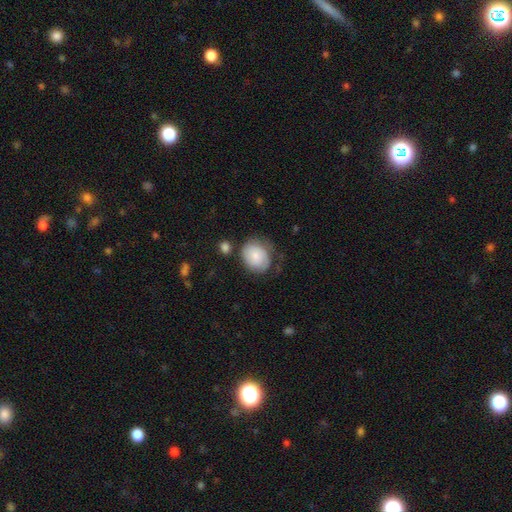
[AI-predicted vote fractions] Smooth or featured? Predicted: smooth (p=0.71). How rounded? Predicted: round (p=0.61). Merging? Predicted: none (p=0.57).